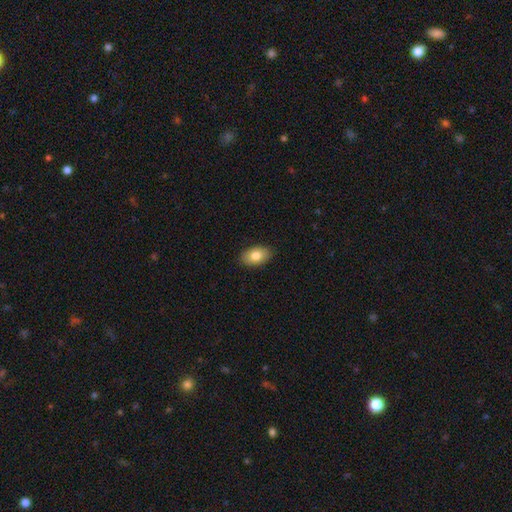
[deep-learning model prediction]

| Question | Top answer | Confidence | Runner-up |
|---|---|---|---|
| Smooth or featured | smooth | 81% | featured or disk (12%) |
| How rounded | in between | 90% | round (9%) |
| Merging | none | 89% | minor disturbance (8%) |